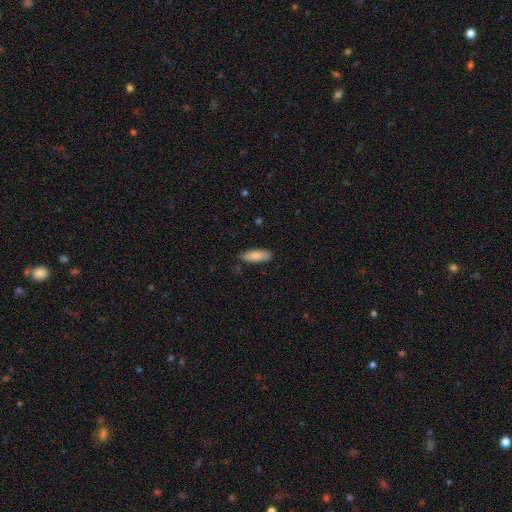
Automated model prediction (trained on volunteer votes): The model was most divided on "how rounded": in between: 59%, cigar-shaped: 39%, round: 2%. More confident: smooth or featured — smooth (86%); merging — none (83%).